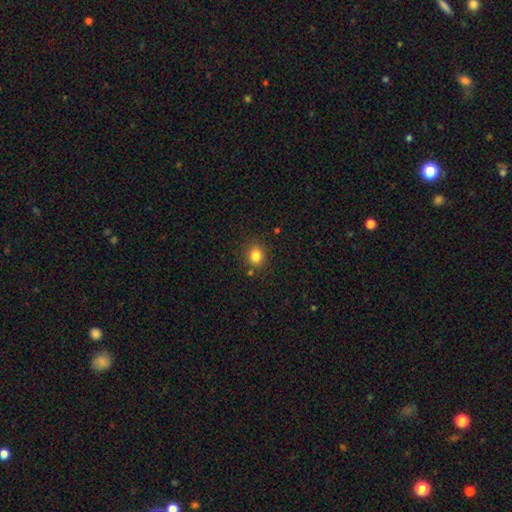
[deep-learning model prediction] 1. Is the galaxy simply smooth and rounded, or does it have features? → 83% smooth, 12% star or artifact, 6% featured or disk.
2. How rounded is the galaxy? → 77% round, 22% in between, 1% cigar-shaped.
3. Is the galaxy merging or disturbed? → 83% none, 9% minor disturbance, 5% merger, 3% major disturbance.